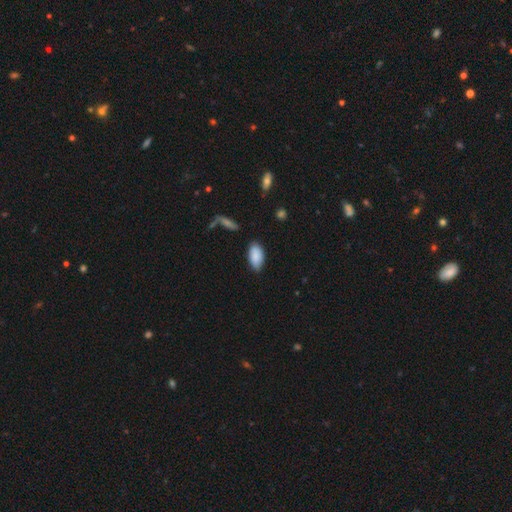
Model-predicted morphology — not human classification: Smooth or featured? Predicted: smooth (p=0.86). How rounded? Predicted: in between (p=0.94). Merging? Predicted: none (p=0.77).